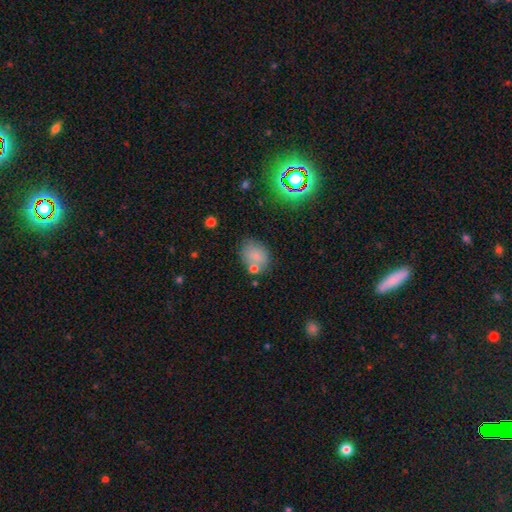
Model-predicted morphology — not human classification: Smooth or featured?
  - smooth: 76% *
  - star or artifact: 13%
  - featured or disk: 11%
How rounded?
  - in between: 56% *
  - round: 43%
  - cigar-shaped: 1%
Merging?
  - none: 62% *
  - minor disturbance: 17%
  - merger: 16%
  - major disturbance: 6%